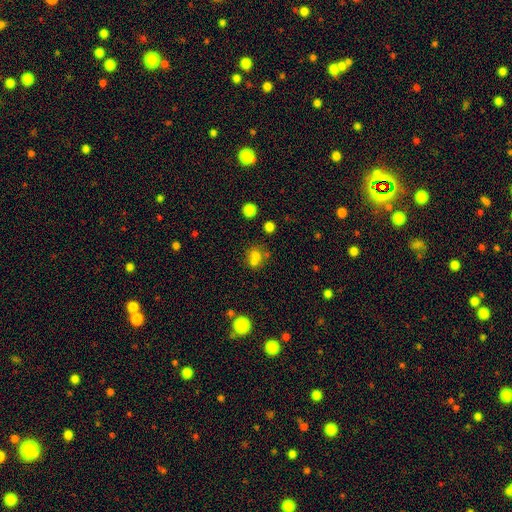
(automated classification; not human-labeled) smooth 67%, star or artifact 18%, featured or disk 14%. Down the decision tree: how rounded — round (69%); merging — merger (45%).